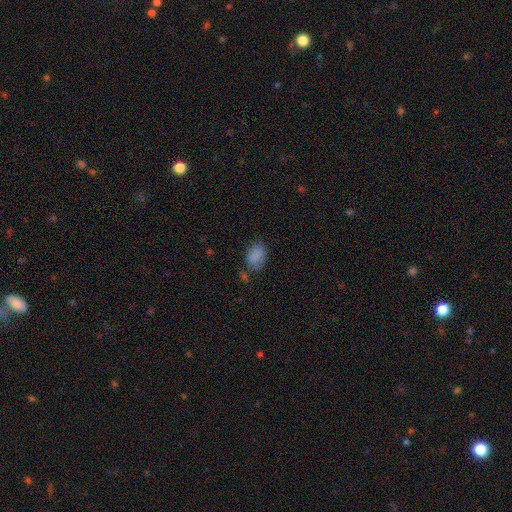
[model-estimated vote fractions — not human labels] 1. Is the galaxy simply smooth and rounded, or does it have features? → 84% smooth, 10% star or artifact, 6% featured or disk.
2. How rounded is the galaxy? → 75% in between, 23% round, 1% cigar-shaped.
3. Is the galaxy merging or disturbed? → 66% none, 21% minor disturbance, 7% major disturbance, 6% merger.